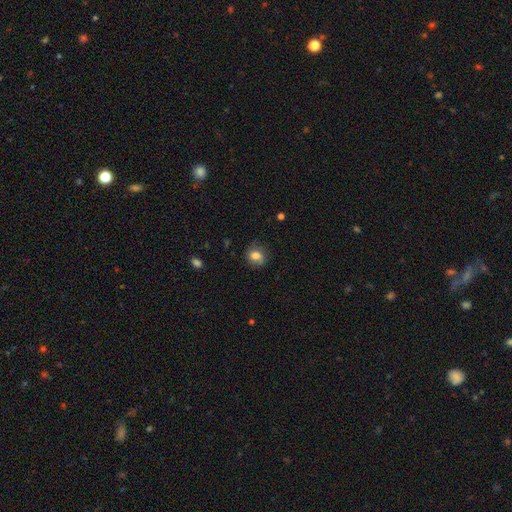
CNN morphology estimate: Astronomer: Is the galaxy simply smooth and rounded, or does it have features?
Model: smooth — 73%.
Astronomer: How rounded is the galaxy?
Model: round — 59% (runner-up: in between, 39%).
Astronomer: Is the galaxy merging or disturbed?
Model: none — 68%.